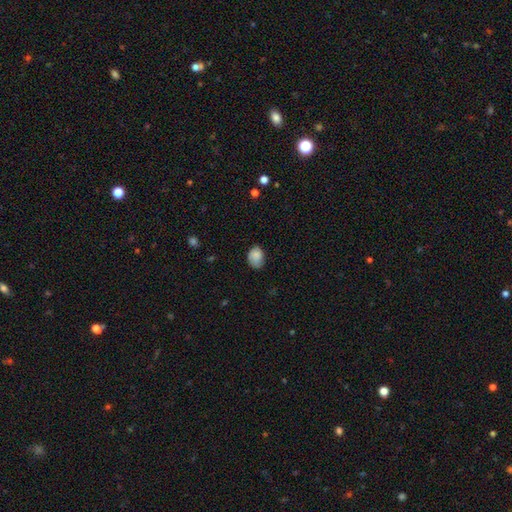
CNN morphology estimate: A smooth galaxy with no disk features (83%) that is in between round and cigar-shaped (67%). Merging: none (66%).